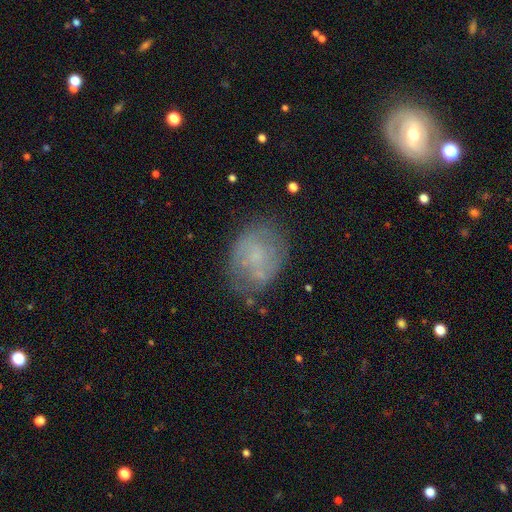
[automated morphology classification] Overall: smooth (47%; featured or disk 43%). Merging: none (64%).